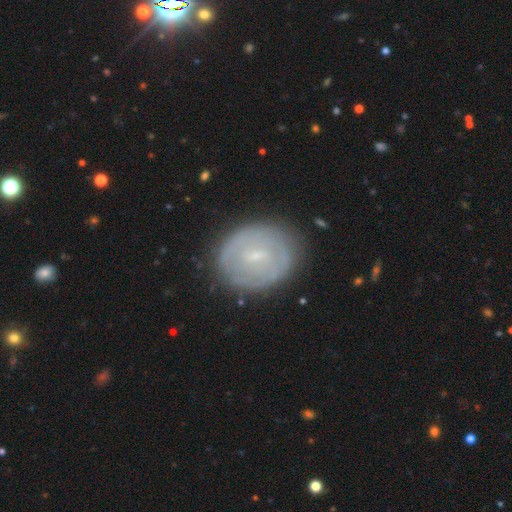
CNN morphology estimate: The model was most divided on "spiral arms": yes: 61%, no: 39%. More confident: edge-on disk — no (96%); merging — none (81%); bulge size — small (76%); smooth or featured — featured or disk (61%); bar — weak (54%).